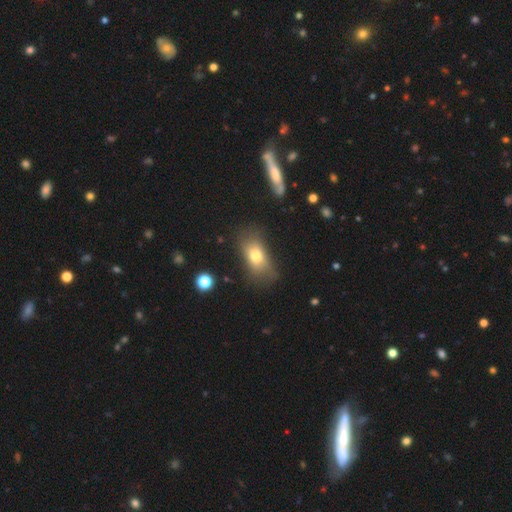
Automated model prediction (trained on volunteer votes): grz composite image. It shows a smooth galaxy with no disk features (70%) that is in between round and cigar-shaped (83%). Merging: none (58%).